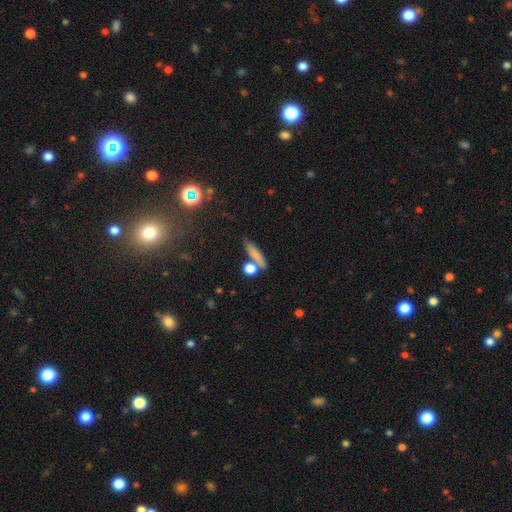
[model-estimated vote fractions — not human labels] Overall: smooth (76%). How rounded: cigar-shaped (63%). Merging: none (67%).